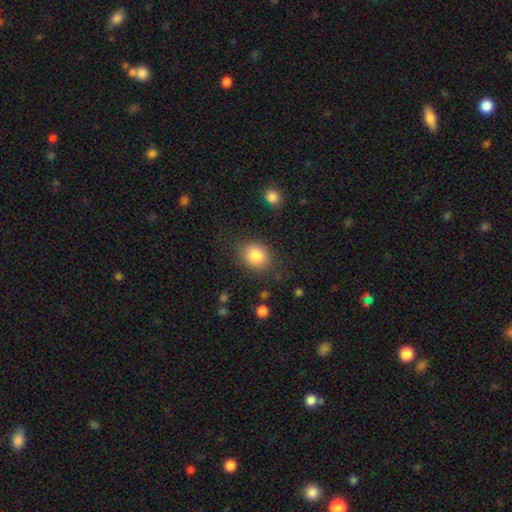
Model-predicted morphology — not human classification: smooth 85%, star or artifact 9%, featured or disk 7%. Down the decision tree: how rounded — round (58%); merging — none (82%).